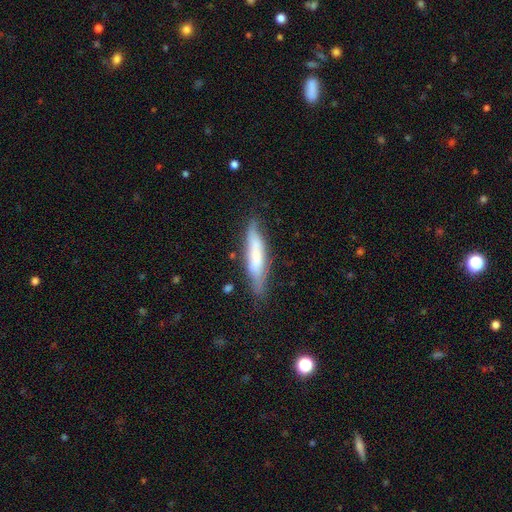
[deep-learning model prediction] smooth_or_featured: smooth (p=0.55) [alt: featured or disk p=0.38]
how_rounded: cigar-shaped (p=0.80) [alt: in between p=0.19]
merging: none (p=0.71) [alt: minor disturbance p=0.21]